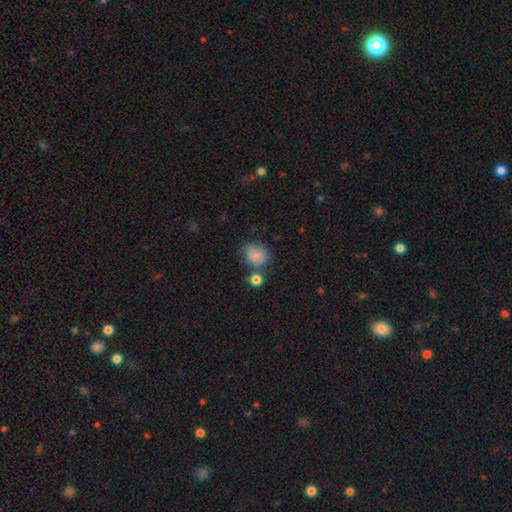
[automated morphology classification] Q: Smooth or featured?
A: smooth (82%); runner-up: star or artifact (11%)
Q: How rounded?
A: round (65%); runner-up: in between (34%)
Q: Merging?
A: none (61%); runner-up: minor disturbance (20%)